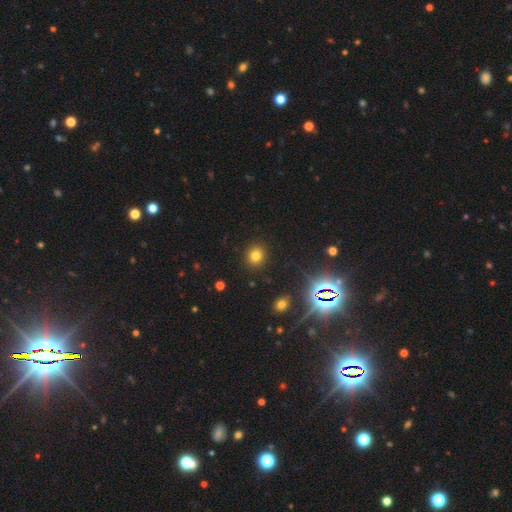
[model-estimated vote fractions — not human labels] Smooth or featured? Predicted: smooth (p=0.75). How rounded? Predicted: round (p=0.76). Merging? Predicted: none (p=0.90).